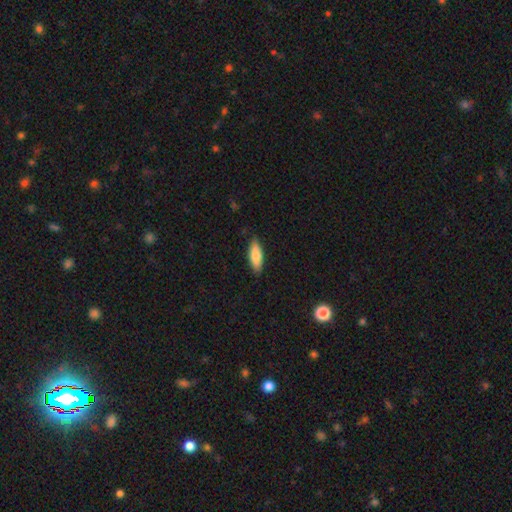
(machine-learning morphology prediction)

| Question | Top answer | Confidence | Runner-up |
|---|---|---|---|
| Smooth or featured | smooth | 81% | featured or disk (14%) |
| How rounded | in between | 62% | cigar-shaped (37%) |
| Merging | none | 85% | minor disturbance (12%) |